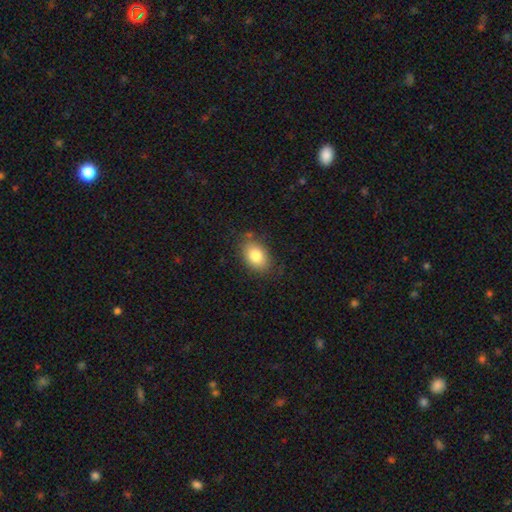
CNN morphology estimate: A smooth galaxy with no disk features (82%) that is in between round and cigar-shaped (82%).

Vote fractions:
- Smooth or featured? smooth: 82% / featured or disk: 10% / star or artifact: 8%
- How rounded? in between: 82% / round: 17% / cigar-shaped: 1%
- Merging? none: 79% / minor disturbance: 15% / major disturbance: 4% / merger: 2%